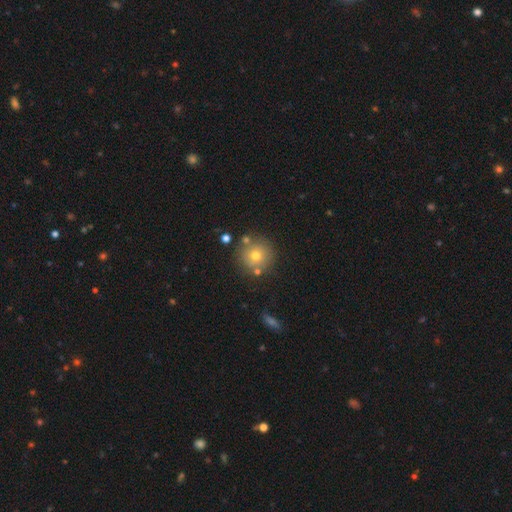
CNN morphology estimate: type=smooth (70%); roundness=round (94%); merging=none (78%).